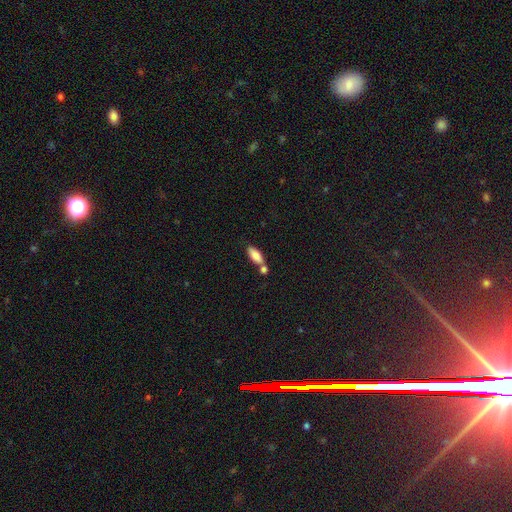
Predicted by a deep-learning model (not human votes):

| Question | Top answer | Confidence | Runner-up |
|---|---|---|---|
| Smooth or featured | smooth | 82% | featured or disk (11%) |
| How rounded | in between | 79% | cigar-shaped (19%) |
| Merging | none | 55% | merger (29%) |